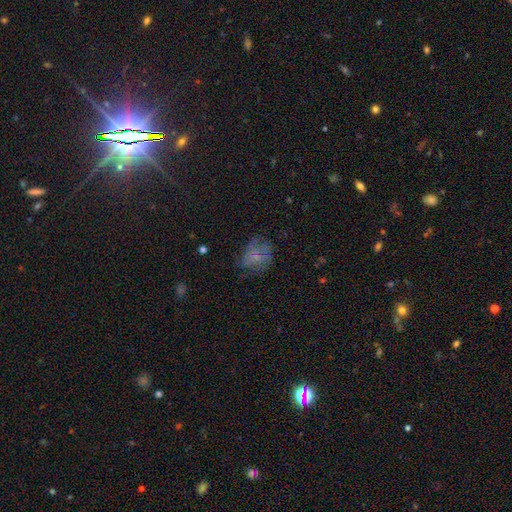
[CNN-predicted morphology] Smooth or featured? Predicted: smooth (p=0.47). Merging? Predicted: none (p=0.49).